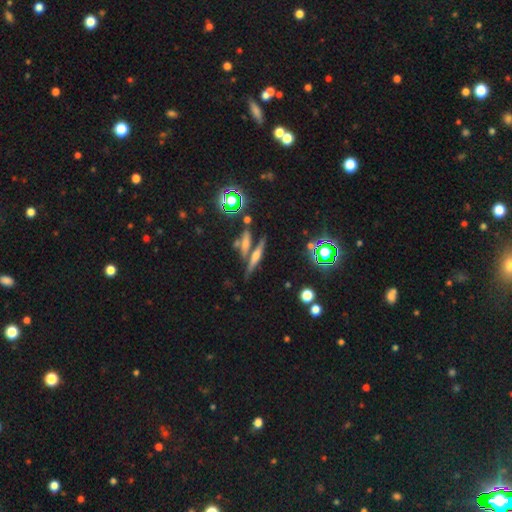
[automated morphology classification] smooth_or_featured: featured or disk (p=0.56) [alt: smooth p=0.28]
disk_edge_on: yes (p=0.93) [alt: no p=0.07]
edge_on_bulge: rounded (p=0.70) [alt: none p=0.16]
merging: none (p=0.65) [alt: merger p=0.20]